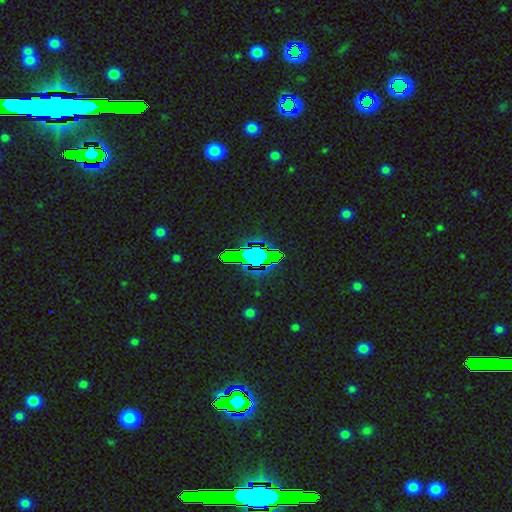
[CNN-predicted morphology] The model was most divided on "smooth or featured": star or artifact: 72%, smooth: 17%, featured or disk: 11%.